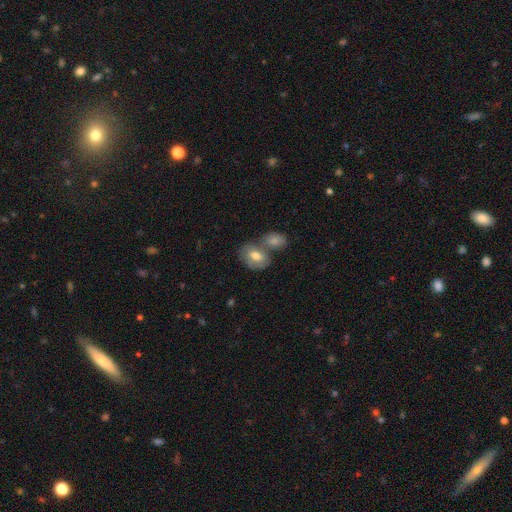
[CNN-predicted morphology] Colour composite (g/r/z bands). It shows a smooth galaxy with no disk features (56%) that is in between round and cigar-shaped (73%). Merging: none (42%).